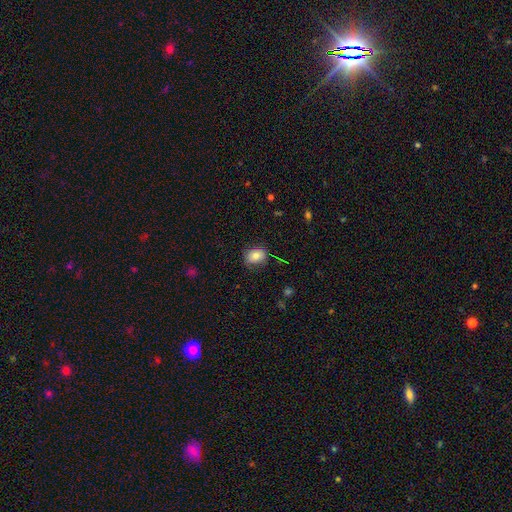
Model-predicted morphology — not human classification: Smooth or featured?
  - smooth: 78% *
  - featured or disk: 13%
  - star or artifact: 9%
How rounded?
  - in between: 60% *
  - round: 39%
  - cigar-shaped: 1%
Merging?
  - none: 74% *
  - minor disturbance: 19%
  - major disturbance: 5%
  - merger: 1%